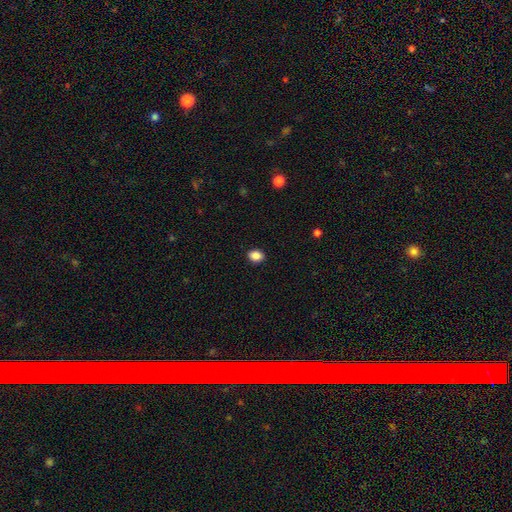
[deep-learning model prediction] Smooth or featured? smooth (88%)
How rounded? in between (55%)
Merging? none (91%)